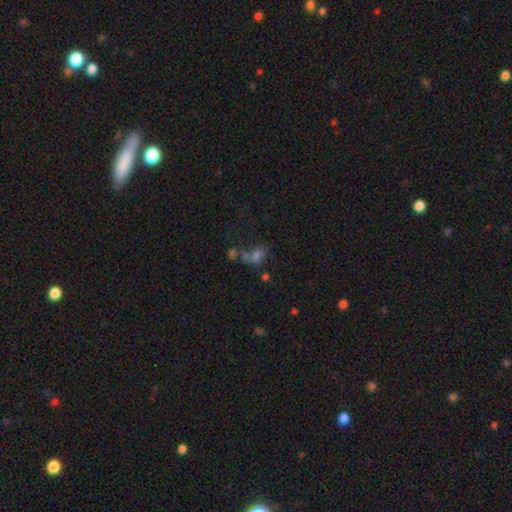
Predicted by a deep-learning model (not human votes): Morphology: type=smooth (57%); roundness=in between (64%); merging=merger (39%).